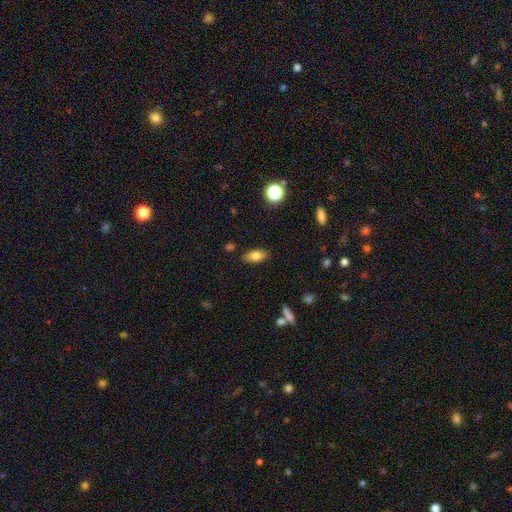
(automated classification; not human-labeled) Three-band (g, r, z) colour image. It shows a smooth galaxy with no disk features (76%) that is in between round and cigar-shaped (86%). Merging: none (86%).